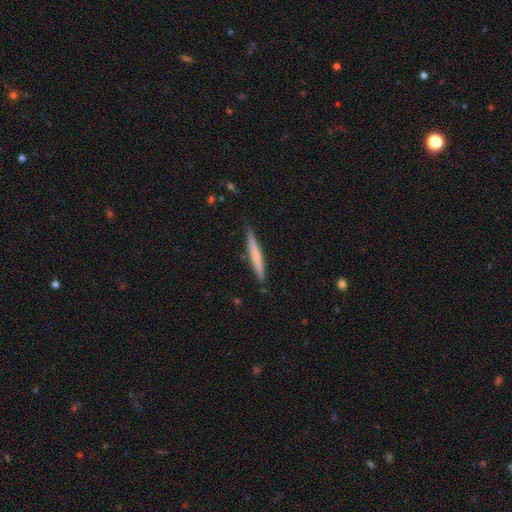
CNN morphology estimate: Smooth or featured: smooth — 60% (featured or disk — 34%)
How rounded: cigar-shaped — 96% (in between — 2%)
Merging: none — 87% (minor disturbance — 10%)